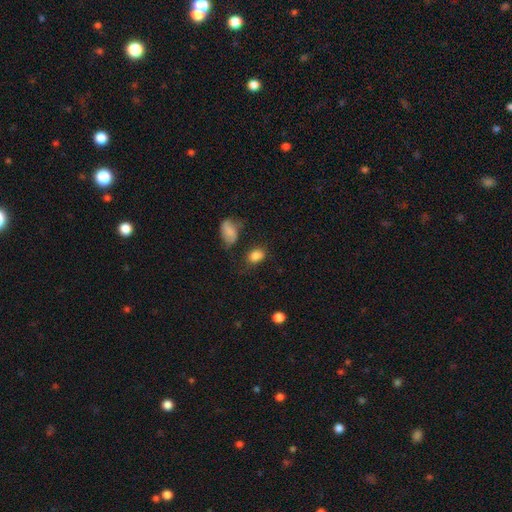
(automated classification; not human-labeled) Morphology: type=smooth (84%); roundness=in between (79%); merging=none (65%).